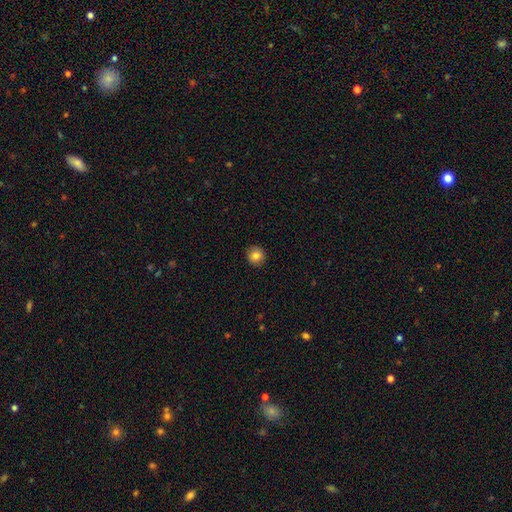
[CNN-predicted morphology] A smooth galaxy with no disk features (83%) that is round (93%). Merging: none (91%).